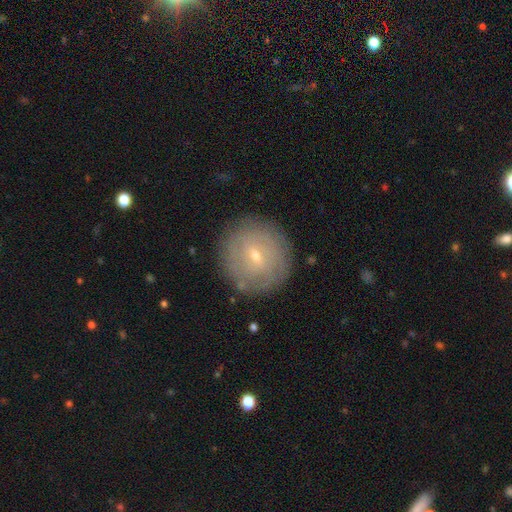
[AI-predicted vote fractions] Smooth or featured? featured or disk (58%)
Edge-on disk? no (96%)
Bar? weak (53%)
Spiral arms? yes (64%)
Bulge size? small (74%)
Merging? none (85%)